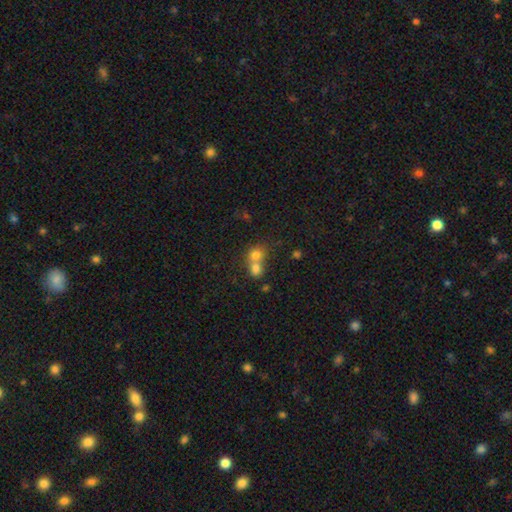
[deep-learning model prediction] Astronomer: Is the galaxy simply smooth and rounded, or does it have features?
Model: smooth — 74%.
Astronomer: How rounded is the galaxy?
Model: round — 67%.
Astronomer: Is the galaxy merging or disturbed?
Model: merger — 69%.